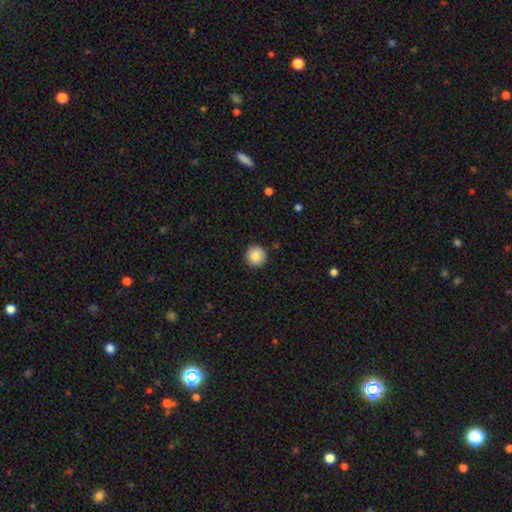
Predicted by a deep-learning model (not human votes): Q: Smooth or featured?
A: smooth (86%); runner-up: star or artifact (8%)
Q: How rounded?
A: round (96%); runner-up: in between (3%)
Q: Merging?
A: none (91%); runner-up: minor disturbance (6%)